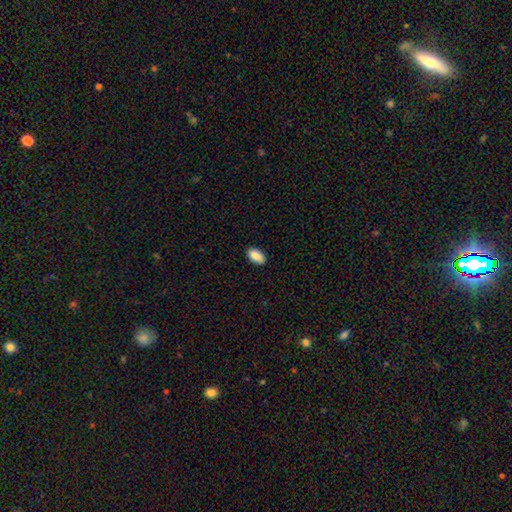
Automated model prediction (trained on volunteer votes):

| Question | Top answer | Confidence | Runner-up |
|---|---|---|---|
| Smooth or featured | smooth | 89% | star or artifact (7%) |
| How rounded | in between | 93% | cigar-shaped (5%) |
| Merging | none | 89% | minor disturbance (8%) |